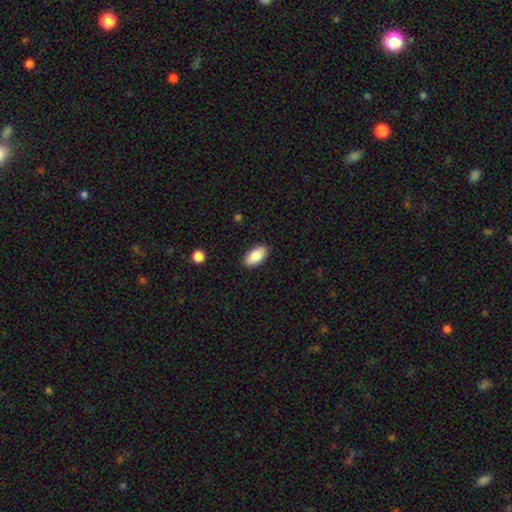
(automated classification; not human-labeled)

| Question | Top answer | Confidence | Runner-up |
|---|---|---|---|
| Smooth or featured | smooth | 86% | featured or disk (8%) |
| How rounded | in between | 94% | cigar-shaped (4%) |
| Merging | none | 89% | minor disturbance (8%) |